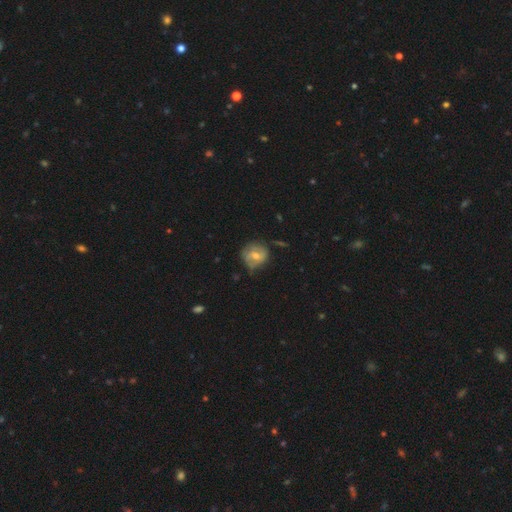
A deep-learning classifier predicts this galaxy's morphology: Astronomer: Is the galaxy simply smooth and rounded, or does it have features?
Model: smooth — 48% (runner-up: featured or disk, 44%).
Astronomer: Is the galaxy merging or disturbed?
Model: none — 59%.